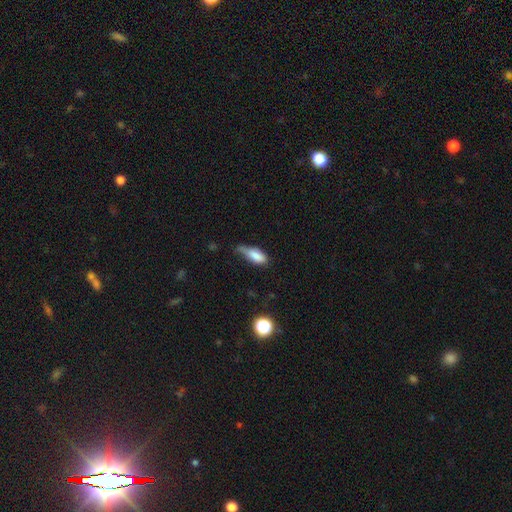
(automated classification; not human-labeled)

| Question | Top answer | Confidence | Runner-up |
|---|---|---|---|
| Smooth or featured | smooth | 79% | featured or disk (13%) |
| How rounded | in between | 69% | cigar-shaped (29%) |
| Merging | minor disturbance | 47% | none (32%) |